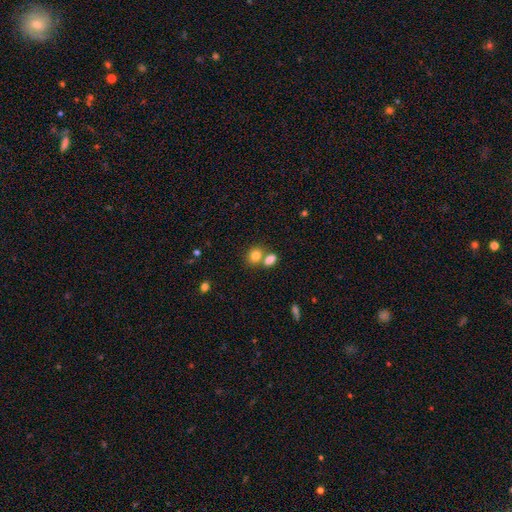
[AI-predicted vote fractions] Q: Smooth or featured?
A: smooth (82%); runner-up: star or artifact (11%)
Q: How rounded?
A: round (52%); runner-up: in between (47%)
Q: Merging?
A: none (47%); runner-up: merger (40%)